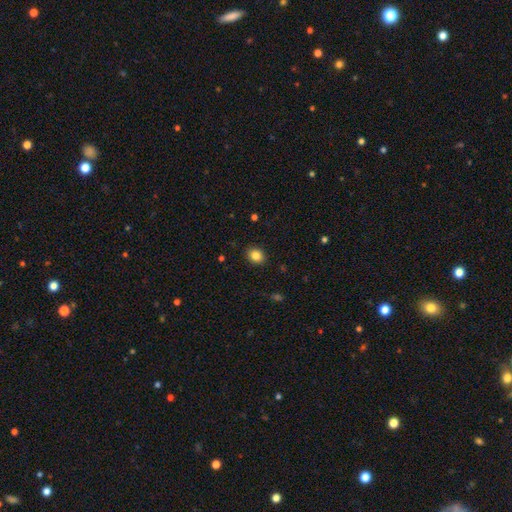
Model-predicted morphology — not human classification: This appears to be a smooth galaxy with no disk features (85%) that is round (59%). Merging: none (90%).